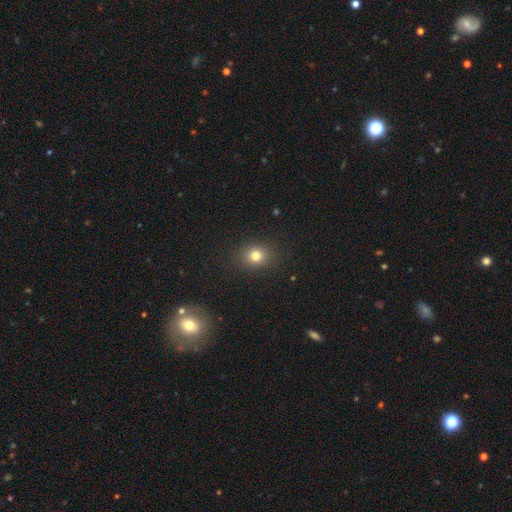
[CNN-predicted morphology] smooth-or-featured: smooth: 78% | star or artifact: 15% | featured or disk: 8%
  how-rounded: round: 66% | in between: 33% | cigar-shaped: 1%
  merging: none: 88% | minor disturbance: 8% | major disturbance: 3% | merger: 1%